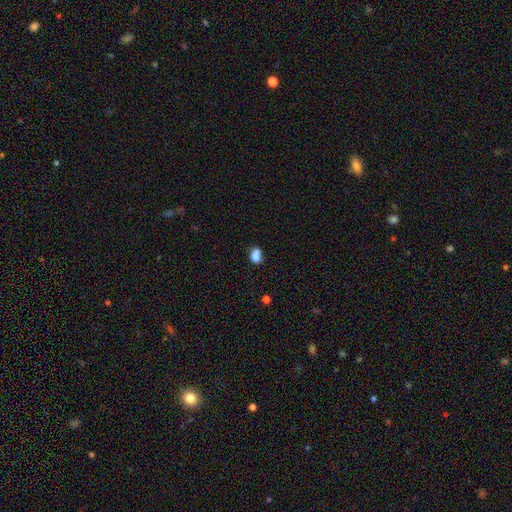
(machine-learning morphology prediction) smooth_or_featured: smooth (p=0.80) [alt: star or artifact p=0.11]
how_rounded: in between (p=0.68) [alt: round p=0.30]
merging: none (p=0.44) [alt: merger p=0.26]